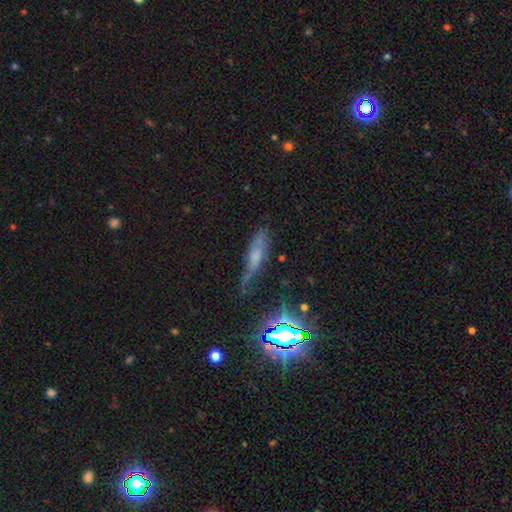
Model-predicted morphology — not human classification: Smooth or featured? Predicted: smooth (p=0.44). Merging? Predicted: none (p=0.53).